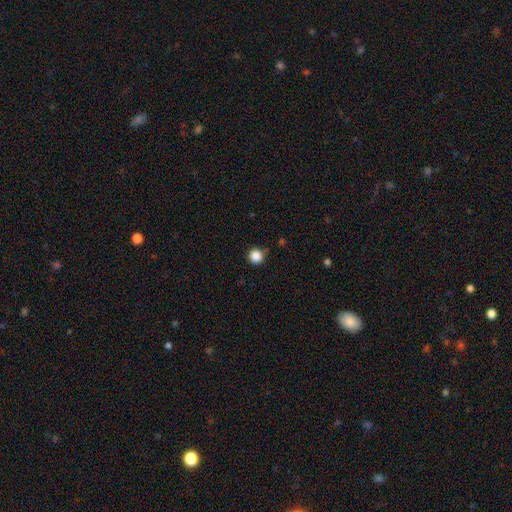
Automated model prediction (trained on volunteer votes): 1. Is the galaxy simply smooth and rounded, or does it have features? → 86% smooth, 11% star or artifact, 3% featured or disk.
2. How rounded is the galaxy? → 95% round, 4% in between, 1% cigar-shaped.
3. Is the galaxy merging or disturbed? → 85% none, 10% minor disturbance, 3% major disturbance, 2% merger.